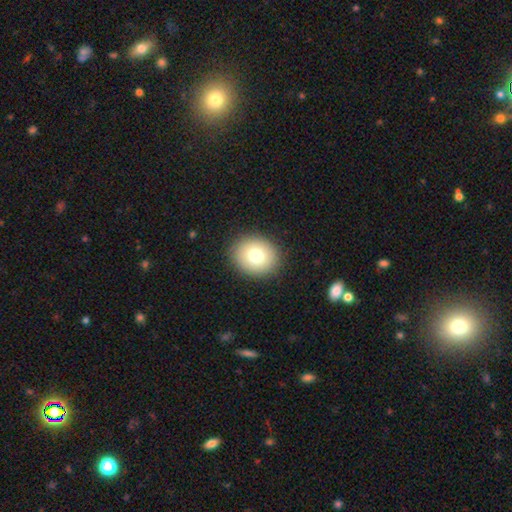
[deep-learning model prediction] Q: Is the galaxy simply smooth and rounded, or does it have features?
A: smooth — 75%.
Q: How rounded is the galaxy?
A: round — 64%.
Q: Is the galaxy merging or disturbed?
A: none — 90%.